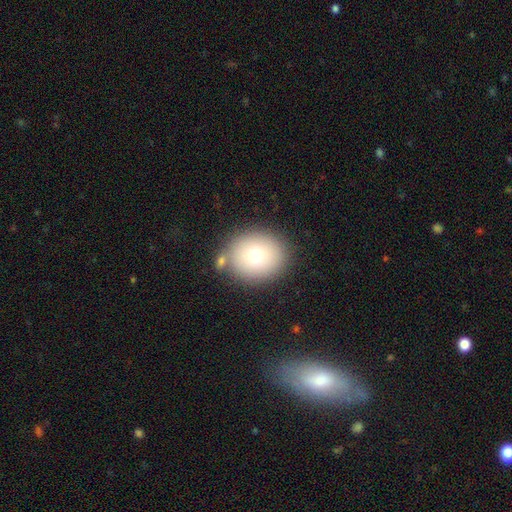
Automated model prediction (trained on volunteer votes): This is likely a smooth galaxy (73%). How rounded: likely round (76%). Merging: likely none (75%).